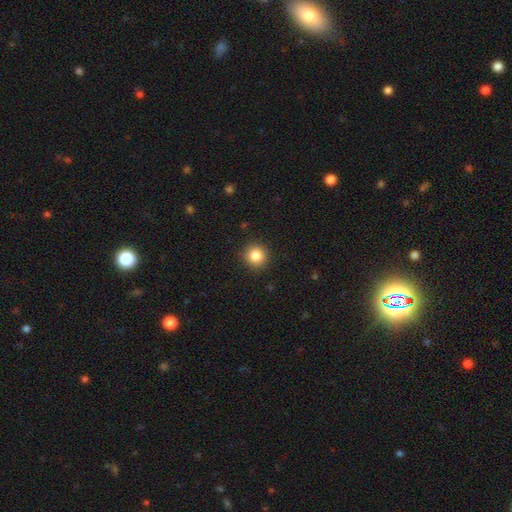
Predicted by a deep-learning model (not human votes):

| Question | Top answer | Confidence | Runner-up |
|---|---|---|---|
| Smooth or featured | smooth | 85% | star or artifact (11%) |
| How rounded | round | 94% | in between (5%) |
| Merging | none | 91% | minor disturbance (6%) |